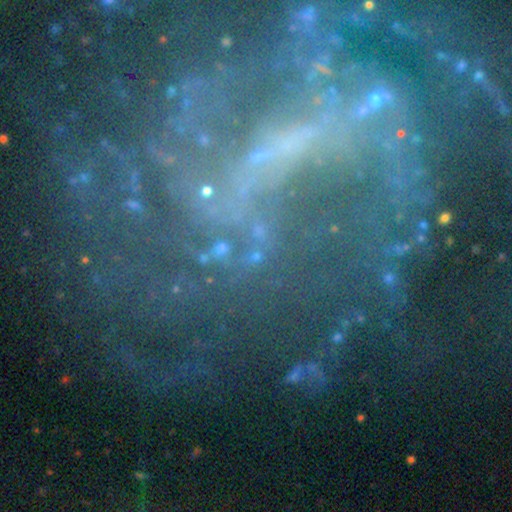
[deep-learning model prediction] smooth-or-featured: featured or disk: 60% | star or artifact: 28% | smooth: 11%
  disk-edge-on: no: 94% | yes: 6%
    bar: strong: 37% | no: 31% | weak: 31%
    has-spiral-arms: yes: 77% | no: 23%
    bulge-size: small: 53% | none: 22% | moderate: 18% | large: 4% | dominant: 3%
  merging: none: 63% | major disturbance: 17% | minor disturbance: 16% | merger: 4%